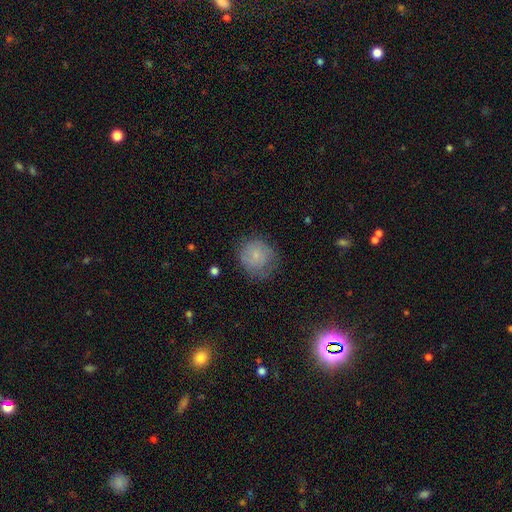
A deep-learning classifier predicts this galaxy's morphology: smooth 70%, featured or disk 21%, star or artifact 9%. Down the decision tree: how rounded — round (83%); merging — none (62%).